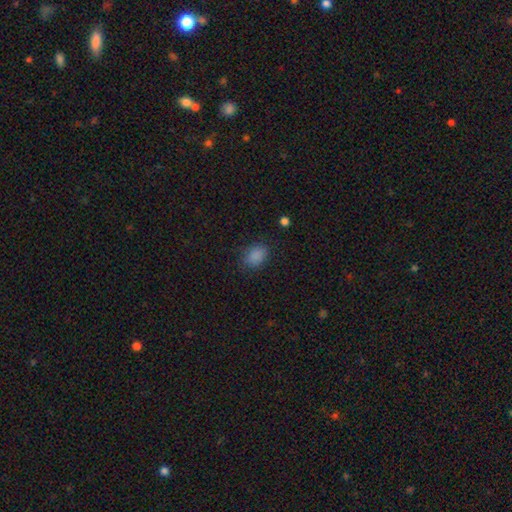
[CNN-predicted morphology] This appears to be a smooth galaxy with no disk features (84%) that is in between round and cigar-shaped (71%). Merging: none (78%).